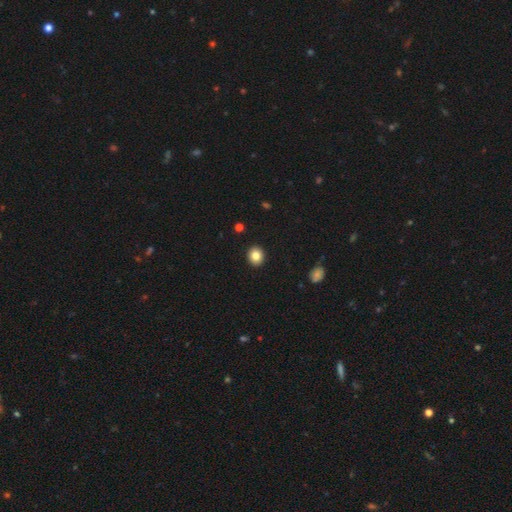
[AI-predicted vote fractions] Q: Smooth or featured?
A: smooth (83%); runner-up: star or artifact (10%)
Q: How rounded?
A: round (80%); runner-up: in between (19%)
Q: Merging?
A: none (93%); runner-up: minor disturbance (5%)